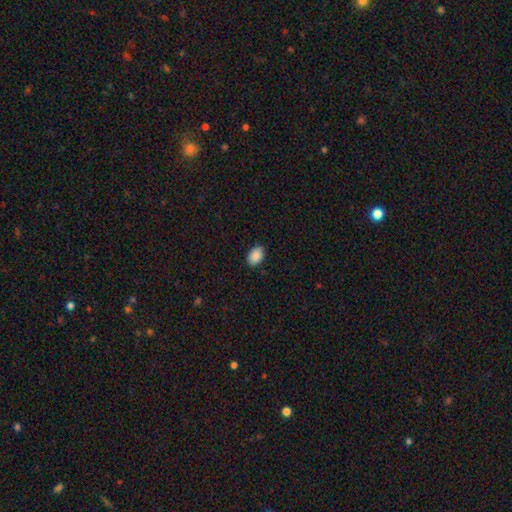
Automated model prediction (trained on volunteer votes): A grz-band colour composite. It shows a smooth galaxy with no disk features (90%) that is in between round and cigar-shaped (86%). Merging: none (89%).